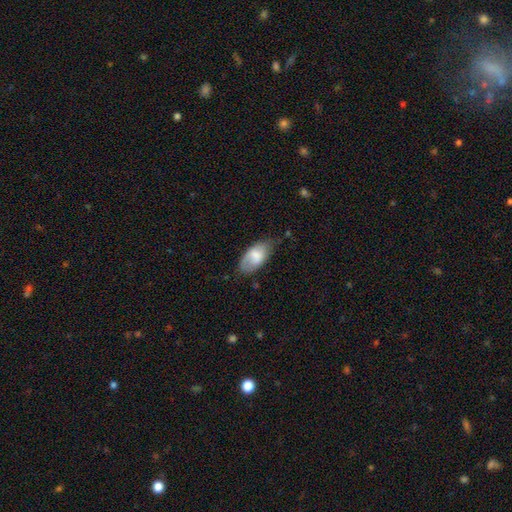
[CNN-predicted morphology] smooth 71%, featured or disk 22%, star or artifact 6%. Down the decision tree: how rounded — in between (93%); merging — none (59%).